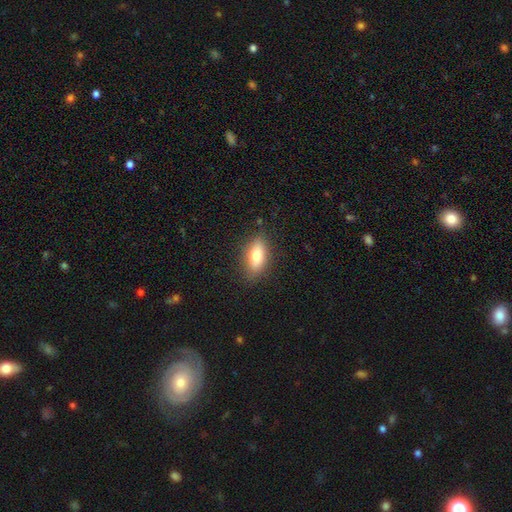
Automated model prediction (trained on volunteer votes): Smooth or featured? Predicted: smooth (p=0.73). How rounded? Predicted: in between (p=0.80). Merging? Predicted: none (p=0.85).